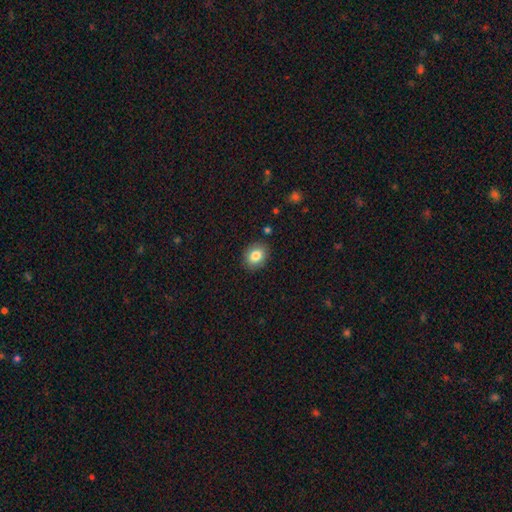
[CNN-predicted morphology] A smooth galaxy with no disk features (83%) that is in between round and cigar-shaped (54%).

Vote fractions:
- Smooth or featured? smooth: 83% / star or artifact: 9% / featured or disk: 8%
- How rounded? in between: 54% / round: 45% / cigar-shaped: 1%
- Merging? none: 88% / minor disturbance: 9% / major disturbance: 2% / merger: 1%